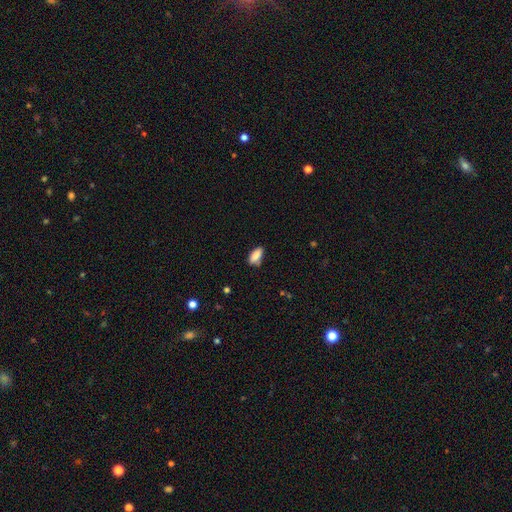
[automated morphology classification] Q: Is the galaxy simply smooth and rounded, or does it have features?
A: smooth — 86%.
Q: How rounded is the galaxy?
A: in between — 86%.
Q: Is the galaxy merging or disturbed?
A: none — 70%.